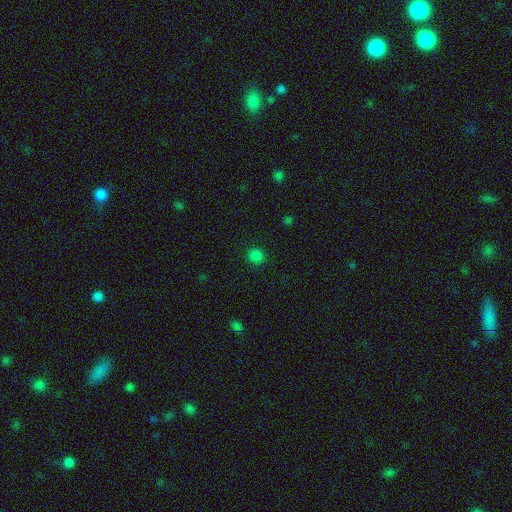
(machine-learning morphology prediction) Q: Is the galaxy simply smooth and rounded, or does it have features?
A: smooth — 81%.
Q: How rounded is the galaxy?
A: round — 88%.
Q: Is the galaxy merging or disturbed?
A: none — 90%.